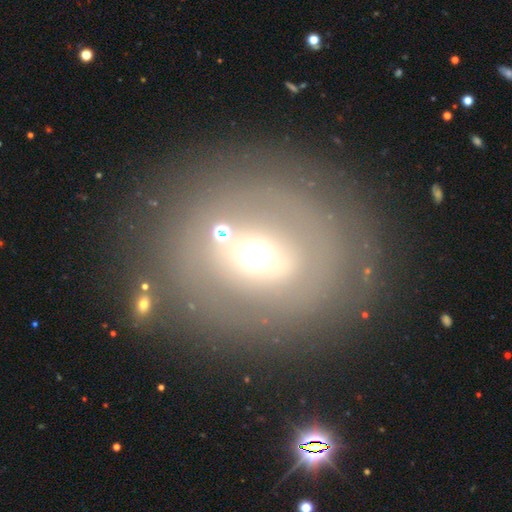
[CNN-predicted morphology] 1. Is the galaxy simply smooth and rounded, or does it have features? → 44% smooth, 40% featured or disk, 16% star or artifact.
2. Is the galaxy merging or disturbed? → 76% none, 11% minor disturbance, 8% major disturbance, 5% merger.